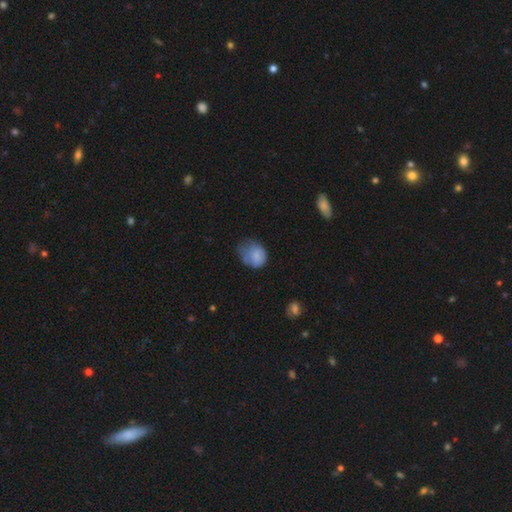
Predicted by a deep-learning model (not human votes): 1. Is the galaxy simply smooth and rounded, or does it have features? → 75% smooth, 15% featured or disk, 9% star or artifact.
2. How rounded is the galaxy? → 51% round, 48% in between, 1% cigar-shaped.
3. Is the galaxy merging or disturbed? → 40% minor disturbance, 31% none, 27% major disturbance, 3% merger.